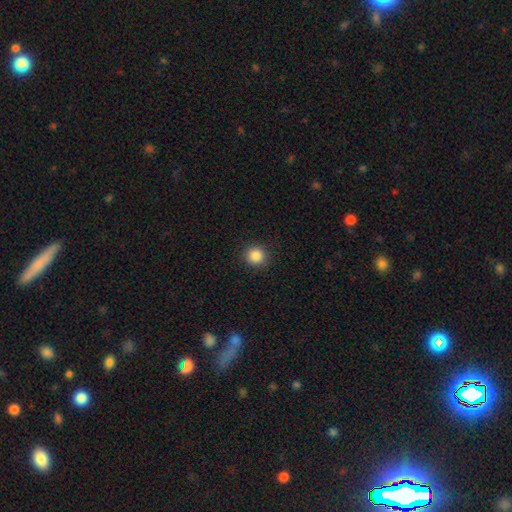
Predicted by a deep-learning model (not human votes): This is clearly a smooth galaxy (87%). How rounded: clearly round (93%). Merging: clearly none (91%).